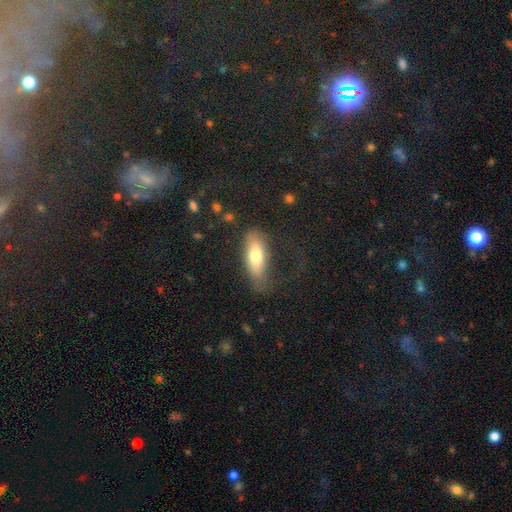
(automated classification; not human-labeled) Smooth or featured?
  - smooth: 70% *
  - featured or disk: 23%
  - star or artifact: 7%
How rounded?
  - in between: 73% *
  - cigar-shaped: 24%
  - round: 3%
Merging?
  - none: 49% *
  - minor disturbance: 25%
  - major disturbance: 24%
  - merger: 2%